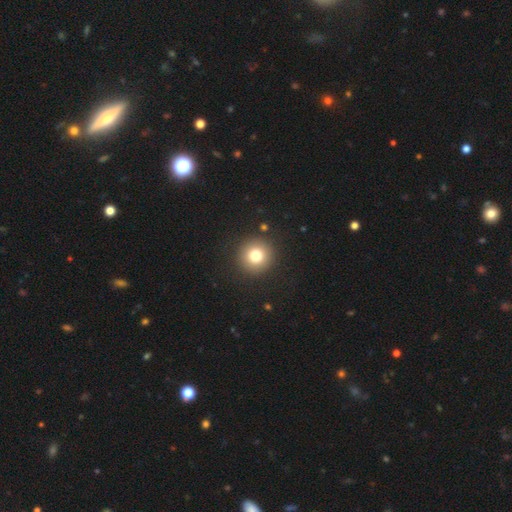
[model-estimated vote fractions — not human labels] Morphology: type=smooth (78%); roundness=round (95%); merging=none (91%).